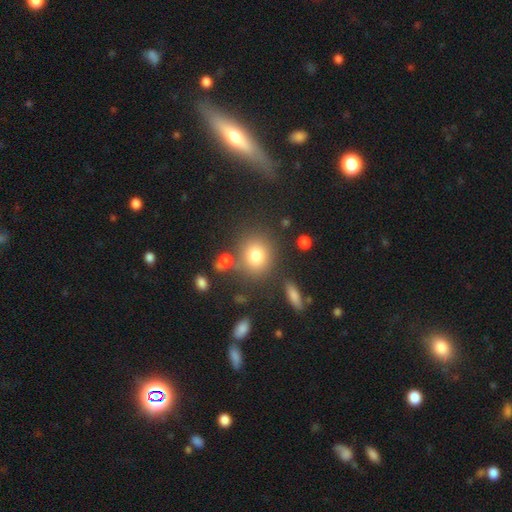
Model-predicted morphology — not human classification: Smooth or featured? Predicted: smooth (p=0.78). How rounded? Predicted: round (p=0.74). Merging? Predicted: none (p=0.75).